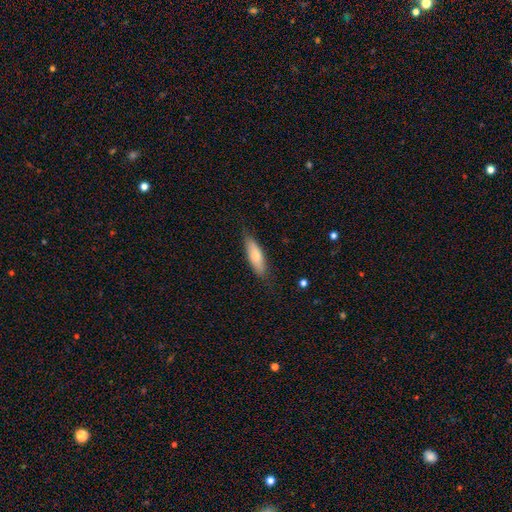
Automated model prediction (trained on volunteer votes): Overall: smooth (70%). How rounded: cigar-shaped (51%; in between 47%). Merging: none (80%).